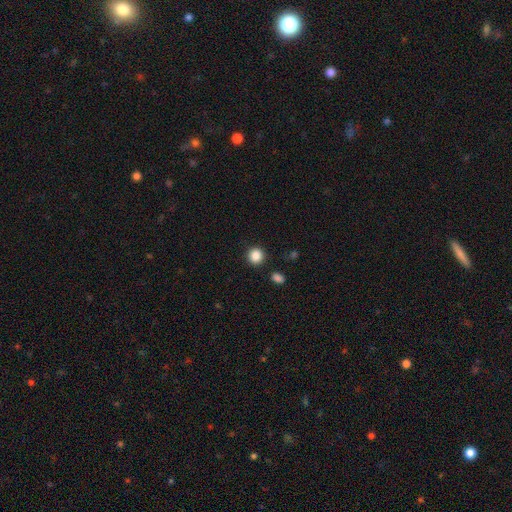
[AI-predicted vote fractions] A smooth galaxy with no disk features (87%) that is round (93%).

Vote fractions:
- Smooth or featured? smooth: 87% / star or artifact: 10% / featured or disk: 3%
- How rounded? round: 93% / in between: 6% / cigar-shaped: 1%
- Merging? none: 90% / minor disturbance: 6% / major disturbance: 2% / merger: 2%